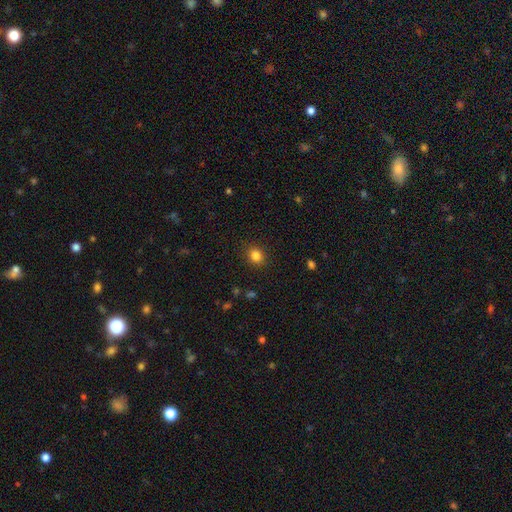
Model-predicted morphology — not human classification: Smooth or featured: smooth — 83% (star or artifact — 12%)
How rounded: round — 65% (in between — 34%)
Merging: none — 88% (minor disturbance — 8%)